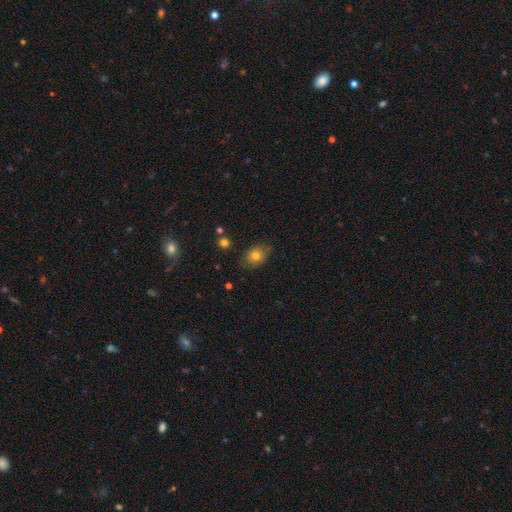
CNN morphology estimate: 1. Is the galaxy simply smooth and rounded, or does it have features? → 72% smooth, 17% featured or disk, 11% star or artifact.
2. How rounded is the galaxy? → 62% in between, 37% round, 1% cigar-shaped.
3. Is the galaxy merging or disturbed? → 76% none, 18% minor disturbance, 4% major disturbance, 2% merger.